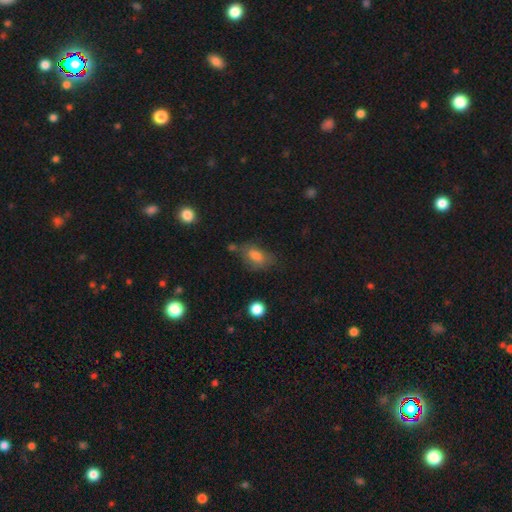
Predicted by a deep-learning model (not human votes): smooth 72%, featured or disk 16%, star or artifact 12%. Down the decision tree: how rounded — in between (83%); merging — none (59%).